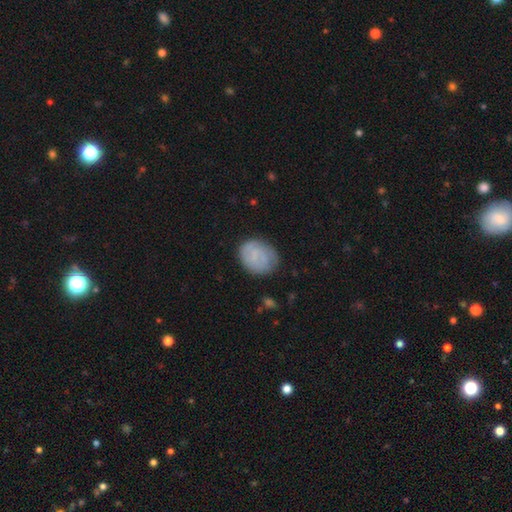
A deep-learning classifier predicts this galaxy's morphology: Smooth or featured? smooth (62%)
How rounded? in between (53%)
Merging? none (70%)